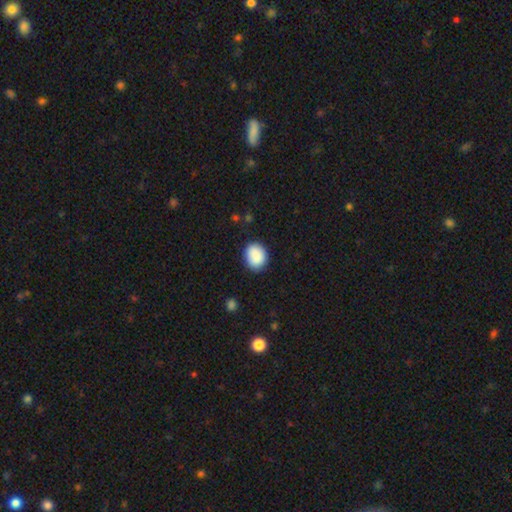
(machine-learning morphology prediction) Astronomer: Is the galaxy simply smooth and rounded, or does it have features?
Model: smooth — 89%.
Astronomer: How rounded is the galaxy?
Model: round — 55% (runner-up: in between, 45%).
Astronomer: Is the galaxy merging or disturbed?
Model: none — 85%.